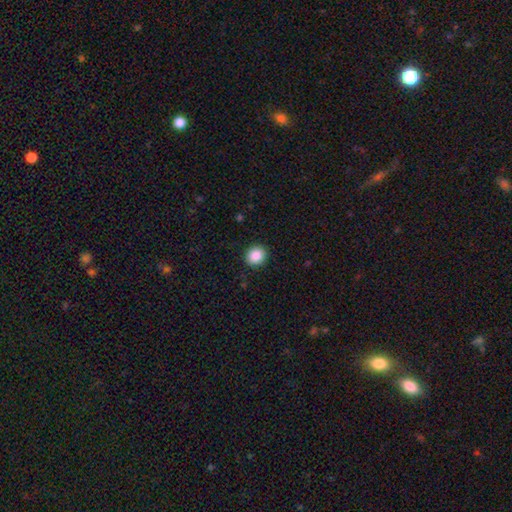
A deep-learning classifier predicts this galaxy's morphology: smooth 88%, star or artifact 9%, featured or disk 4%. Down the decision tree: how rounded — round (80%); merging — none (91%).